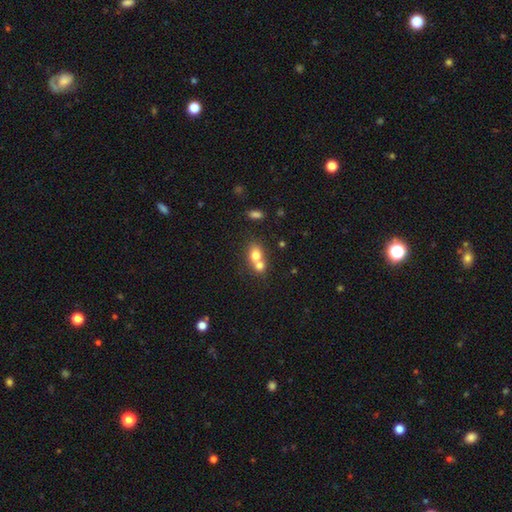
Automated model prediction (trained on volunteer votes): Smooth or featured? Predicted: smooth (p=0.73). How rounded? Predicted: round (p=0.52). Merging? Predicted: merger (p=0.65).